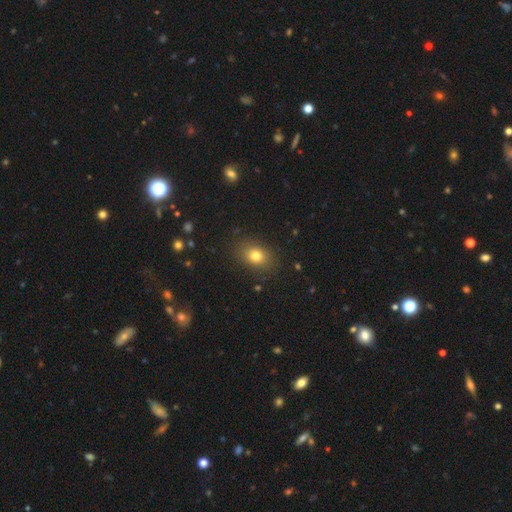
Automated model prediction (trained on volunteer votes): Smooth or featured? smooth (79%)
How rounded? in between (68%)
Merging? none (84%)